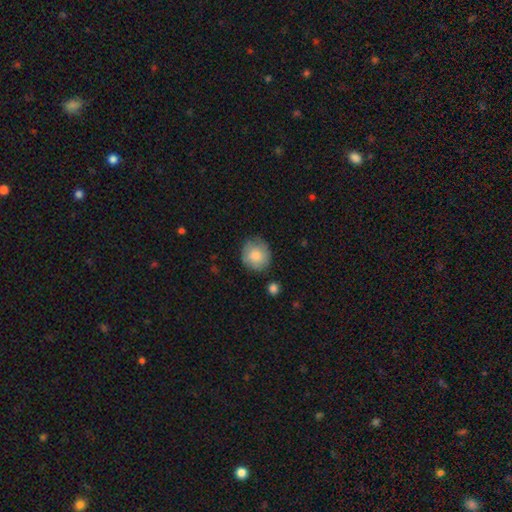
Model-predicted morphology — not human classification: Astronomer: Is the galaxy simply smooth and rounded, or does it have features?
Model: smooth — 80%.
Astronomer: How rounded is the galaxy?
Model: round — 83%.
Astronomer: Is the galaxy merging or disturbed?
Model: none — 77%.